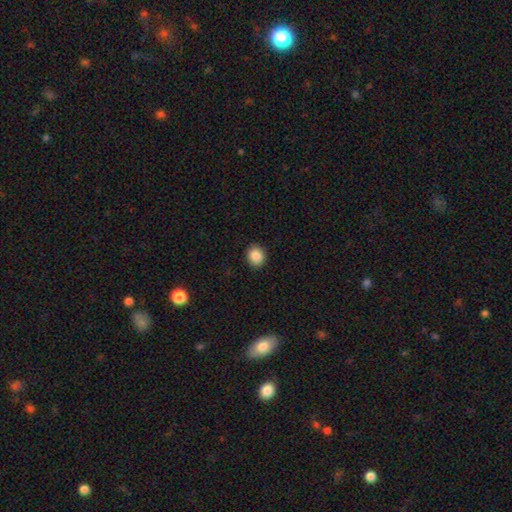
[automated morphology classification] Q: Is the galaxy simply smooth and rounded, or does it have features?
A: smooth — 87%.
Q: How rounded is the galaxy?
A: round — 76%.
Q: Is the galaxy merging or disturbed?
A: none — 91%.